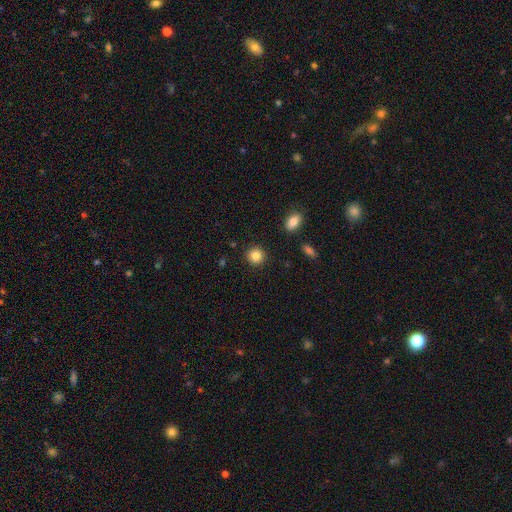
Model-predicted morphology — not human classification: type=smooth (86%); roundness=round (91%); merging=none (90%).